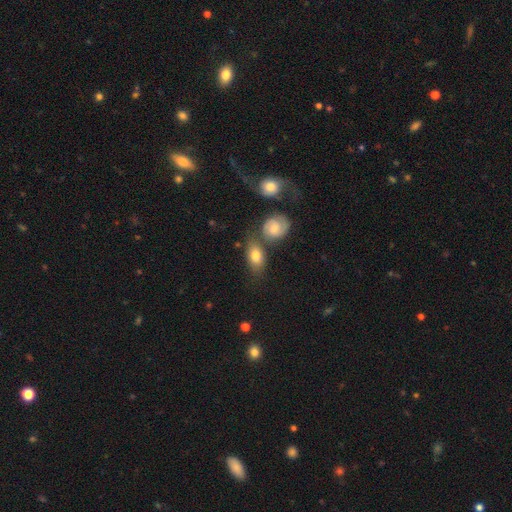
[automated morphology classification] Smooth or featured? Predicted: smooth (p=0.74). How rounded? Predicted: in between (p=0.84). Merging? Predicted: none (p=0.55).